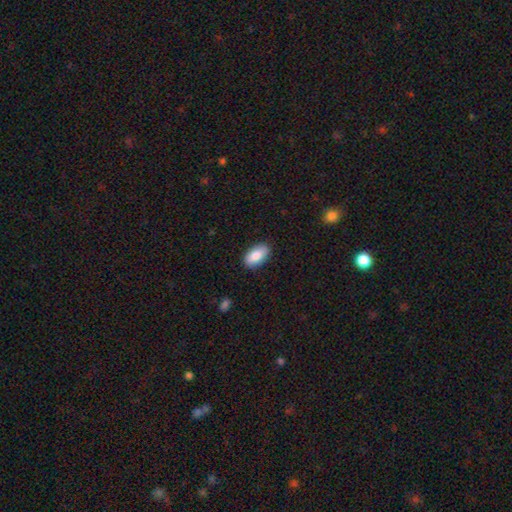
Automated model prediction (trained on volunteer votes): Smooth or featured?
  - smooth: 83% *
  - featured or disk: 11%
  - star or artifact: 6%
How rounded?
  - in between: 93% *
  - cigar-shaped: 4%
  - round: 3%
Merging?
  - none: 88% *
  - minor disturbance: 9%
  - major disturbance: 2%
  - merger: 1%